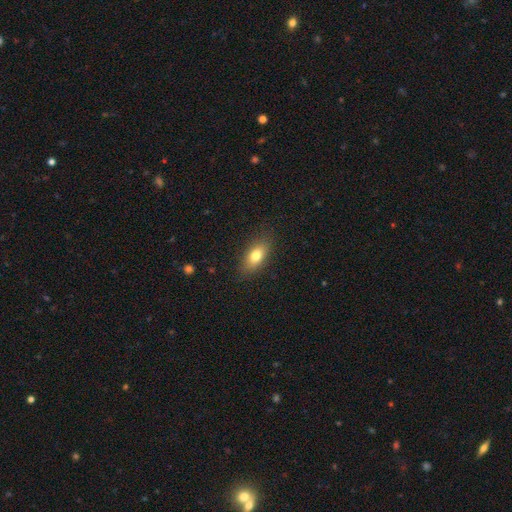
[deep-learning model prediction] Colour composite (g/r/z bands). It shows a smooth galaxy with no disk features (77%) that is in between round and cigar-shaped (82%). Merging: none (85%).